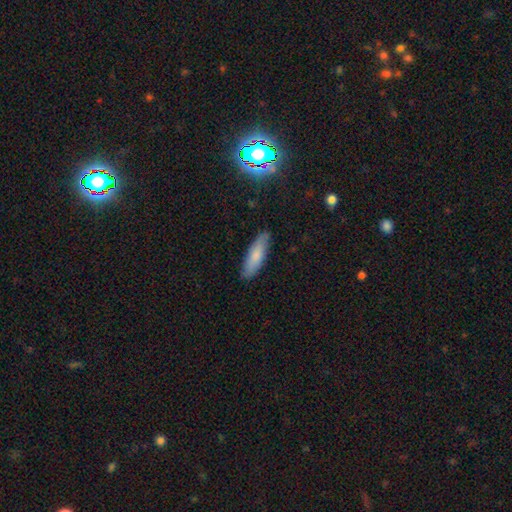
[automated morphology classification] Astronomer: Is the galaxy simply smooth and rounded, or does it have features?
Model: smooth — 76%.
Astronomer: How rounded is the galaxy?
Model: cigar-shaped — 58% (runner-up: in between, 40%).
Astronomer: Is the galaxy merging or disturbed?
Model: none — 85%.